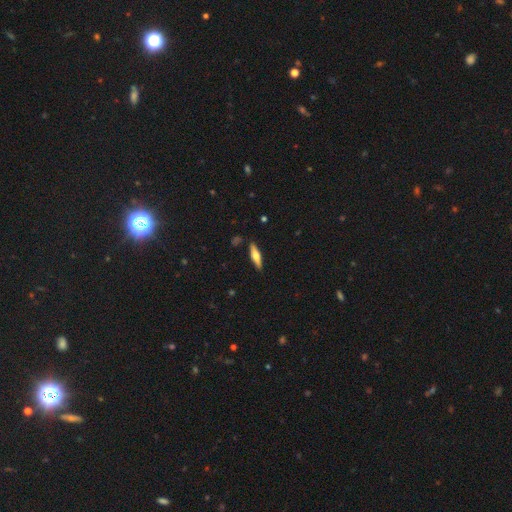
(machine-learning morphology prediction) A smooth galaxy with no disk features (49%). Merging: none (88%).